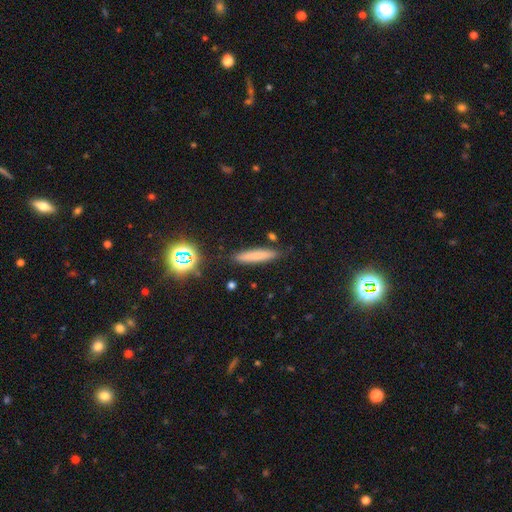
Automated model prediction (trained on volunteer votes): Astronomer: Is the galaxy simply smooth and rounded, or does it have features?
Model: smooth — 74%.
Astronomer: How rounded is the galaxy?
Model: cigar-shaped — 87%.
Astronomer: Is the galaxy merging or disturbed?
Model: none — 86%.